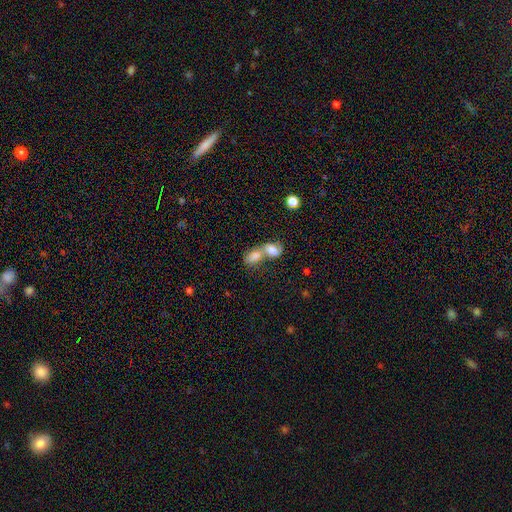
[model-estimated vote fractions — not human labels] smooth 71%, featured or disk 18%, star or artifact 11%. Down the decision tree: how rounded — in between (72%); merging — merger (77%).